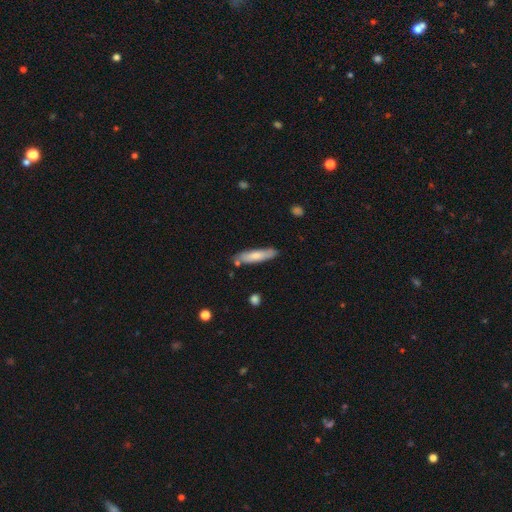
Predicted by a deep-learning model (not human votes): A smooth galaxy with no disk features (71%) that is cigar-shaped (78%).

Vote fractions:
- Smooth or featured? smooth: 71% / featured or disk: 24% / star or artifact: 6%
- How rounded? cigar-shaped: 78% / in between: 20% / round: 1%
- Merging? none: 77% / minor disturbance: 15% / merger: 5% / major disturbance: 3%